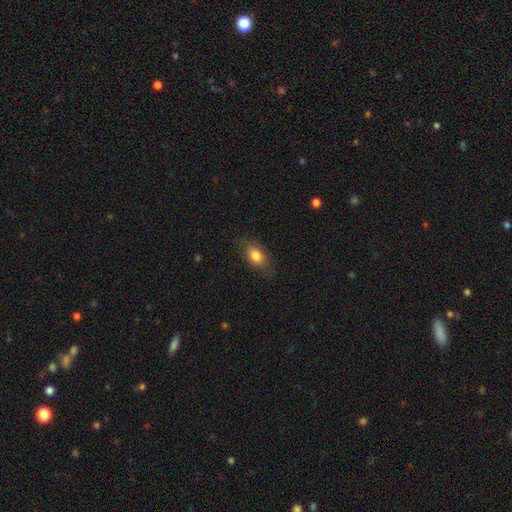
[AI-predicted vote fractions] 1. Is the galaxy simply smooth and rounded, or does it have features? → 81% smooth, 12% featured or disk, 8% star or artifact.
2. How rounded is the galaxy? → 85% in between, 12% round, 4% cigar-shaped.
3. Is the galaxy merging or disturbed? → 79% none, 15% minor disturbance, 4% major disturbance, 1% merger.